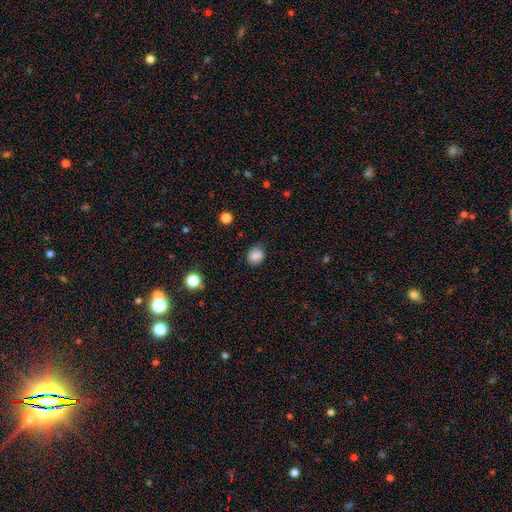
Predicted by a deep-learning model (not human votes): Smooth or featured?
  - smooth: 84% *
  - star or artifact: 10%
  - featured or disk: 6%
How rounded?
  - round: 62% *
  - in between: 37%
  - cigar-shaped: 1%
Merging?
  - none: 76% *
  - minor disturbance: 18%
  - major disturbance: 4%
  - merger: 2%